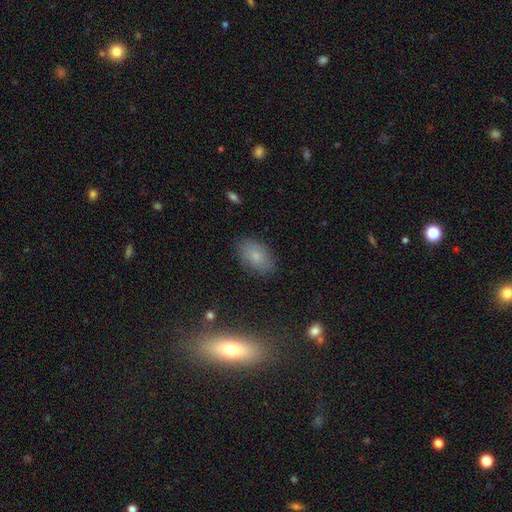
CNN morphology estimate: Smooth or featured: smooth — 73% (featured or disk — 15%)
How rounded: in between — 90% (round — 8%)
Merging: none — 82% (minor disturbance — 13%)